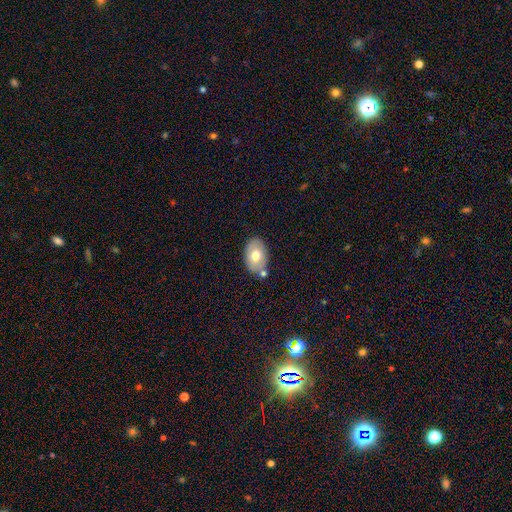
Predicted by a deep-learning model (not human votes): Morphology: type=smooth (68%); roundness=in between (86%); merging=none (71%).